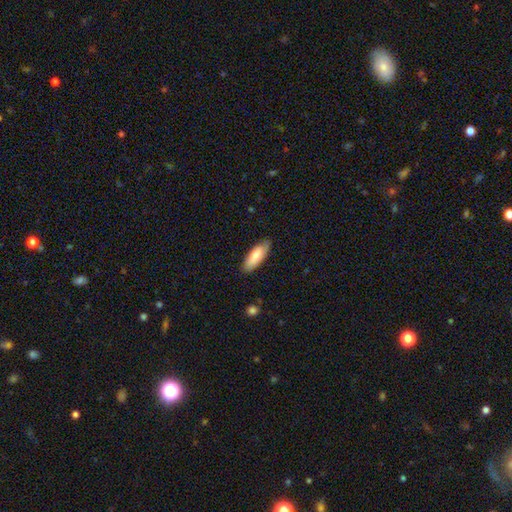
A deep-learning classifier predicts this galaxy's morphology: Smooth or featured? smooth (77%)
How rounded? in between (64%)
Merging? none (85%)